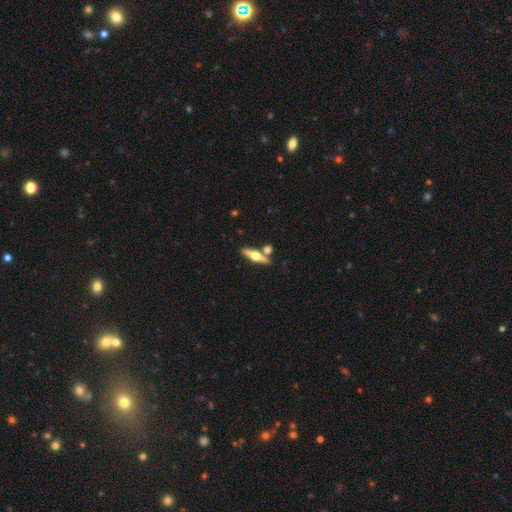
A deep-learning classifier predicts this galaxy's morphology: Smooth or featured?
  - featured or disk: 67% *
  - smooth: 27%
  - star or artifact: 6%
Edge-on disk?
  - yes: 95% *
  - no: 5%
Edge-on bulge?
  - rounded: 96% *
  - boxy: 2%
  - none: 2%
Merging?
  - none: 73% *
  - merger: 15%
  - minor disturbance: 9%
  - major disturbance: 3%